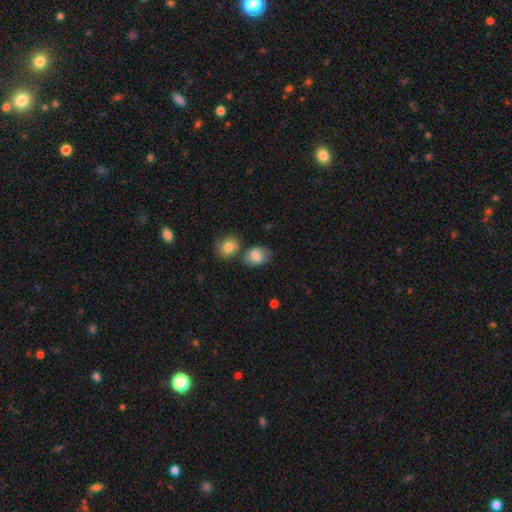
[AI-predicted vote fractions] Smooth or featured: smooth — 82% (featured or disk — 10%)
How rounded: in between — 66% (round — 33%)
Merging: none — 55% (minor disturbance — 20%)